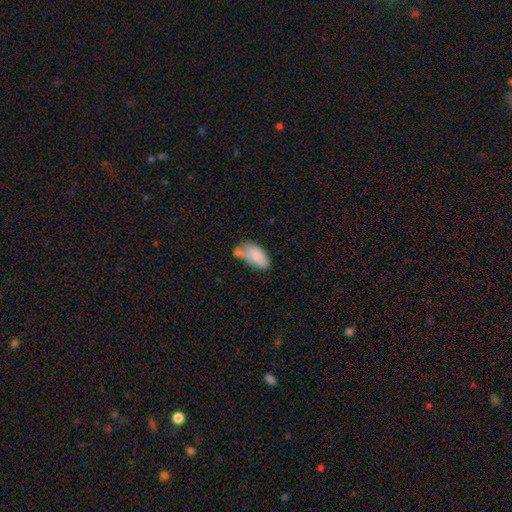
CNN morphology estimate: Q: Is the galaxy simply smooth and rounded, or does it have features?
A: smooth — 78%.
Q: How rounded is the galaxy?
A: in between — 94%.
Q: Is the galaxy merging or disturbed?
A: minor disturbance — 33%.